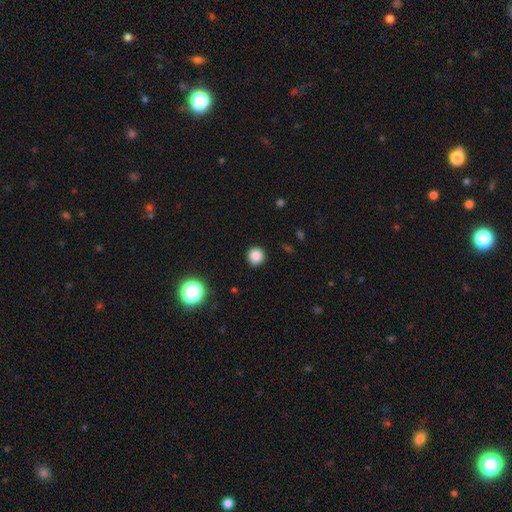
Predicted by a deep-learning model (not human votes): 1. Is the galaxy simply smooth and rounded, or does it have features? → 84% smooth, 13% star or artifact, 4% featured or disk.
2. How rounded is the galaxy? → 92% round, 7% in between, 1% cigar-shaped.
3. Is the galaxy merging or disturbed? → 88% none, 9% minor disturbance, 2% major disturbance, 1% merger.